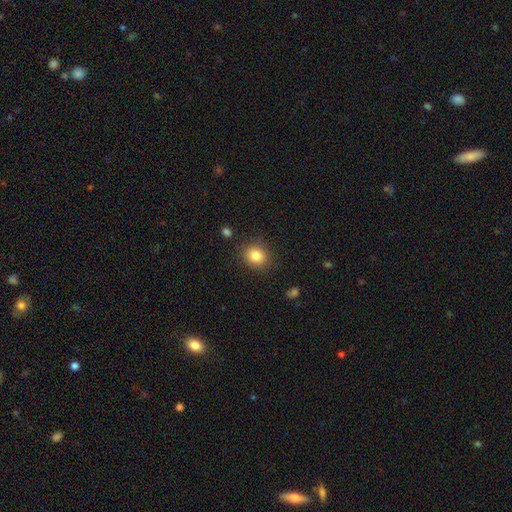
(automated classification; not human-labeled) A smooth galaxy with no disk features (83%) that is round (74%).

Vote fractions:
- Smooth or featured? smooth: 83% / star or artifact: 10% / featured or disk: 6%
- How rounded? round: 74% / in between: 25% / cigar-shaped: 1%
- Merging? none: 86% / minor disturbance: 9% / major disturbance: 3% / merger: 2%